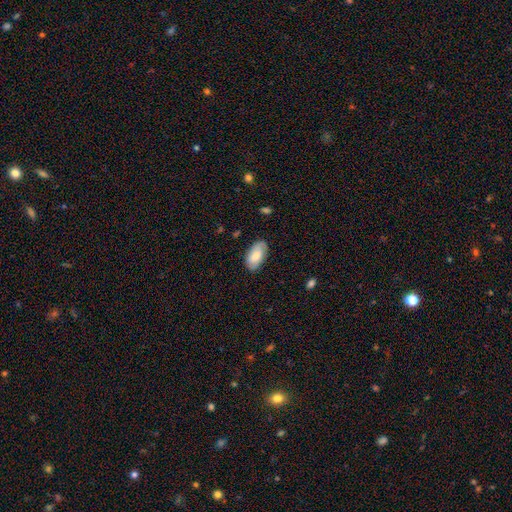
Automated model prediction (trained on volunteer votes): smooth 72%, featured or disk 22%, star or artifact 6%. Down the decision tree: how rounded — in between (95%); merging — none (80%).